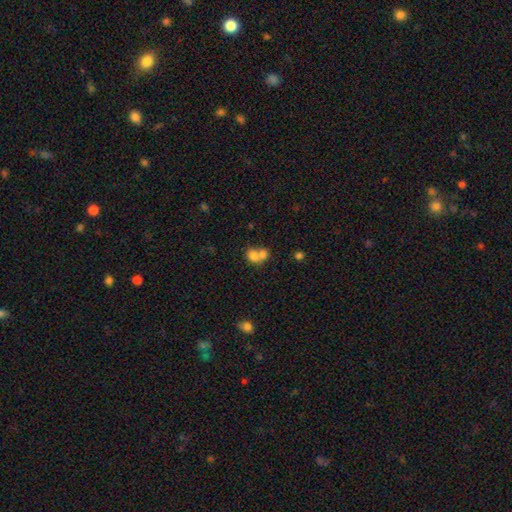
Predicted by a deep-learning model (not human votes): A smooth galaxy with no disk features (73%) that is round (58%). Merging: merger (67%).